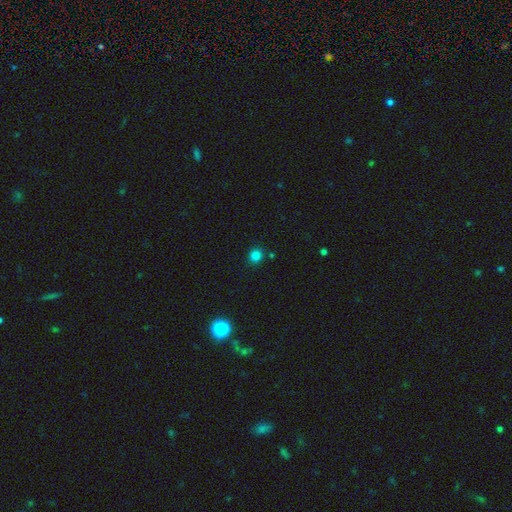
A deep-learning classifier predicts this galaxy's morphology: smooth-or-featured: smooth: 81% | star or artifact: 14% | featured or disk: 5%
  how-rounded: round: 84% | in between: 15% | cigar-shaped: 1%
  merging: none: 86% | minor disturbance: 8% | merger: 4% | major disturbance: 2%